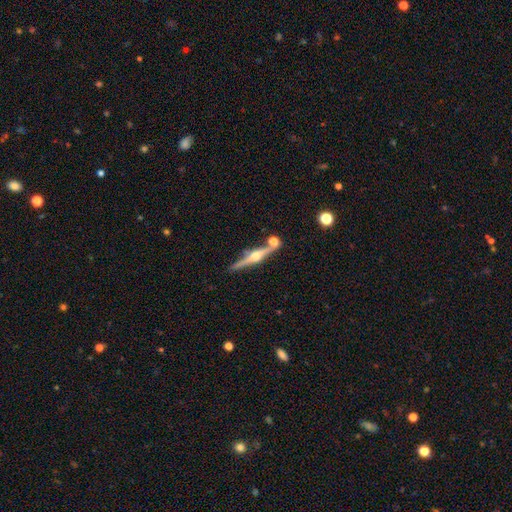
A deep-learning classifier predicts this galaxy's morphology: This appears to be a featured or disk galaxy (83%) viewed edge-on (98%) with a rounded central bulge (94%). Merging: none (80%).